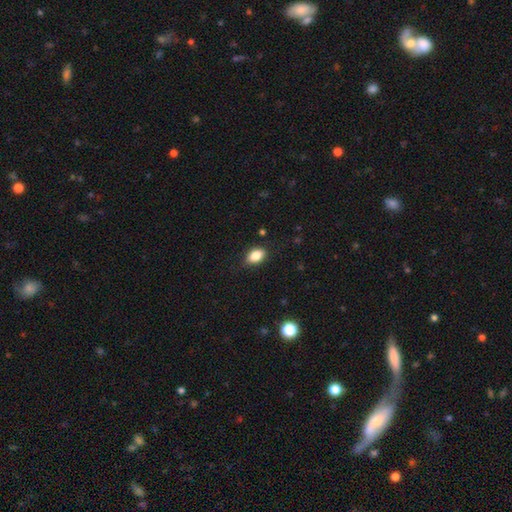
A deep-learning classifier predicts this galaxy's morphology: This appears to be a smooth galaxy with no disk features (84%) that is in between round and cigar-shaped (87%). Merging: none (82%).